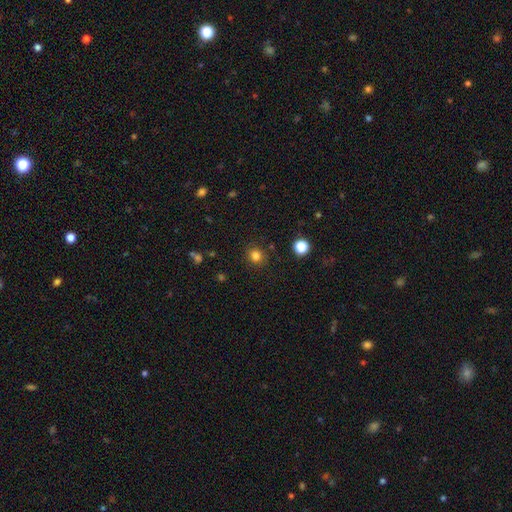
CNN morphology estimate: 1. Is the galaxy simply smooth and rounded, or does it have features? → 82% smooth, 14% star or artifact, 5% featured or disk.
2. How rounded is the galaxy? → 87% round, 12% in between, 1% cigar-shaped.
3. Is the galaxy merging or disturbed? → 87% none, 8% minor disturbance, 3% major disturbance, 2% merger.